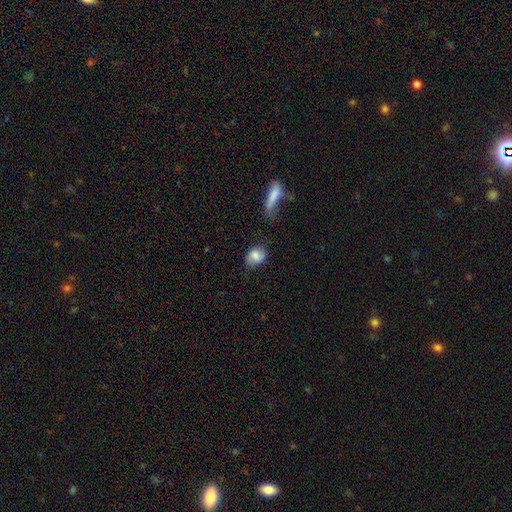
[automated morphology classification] Q: Smooth or featured?
A: smooth (76%); runner-up: featured or disk (17%)
Q: How rounded?
A: in between (60%); runner-up: round (38%)
Q: Merging?
A: none (70%); runner-up: minor disturbance (21%)